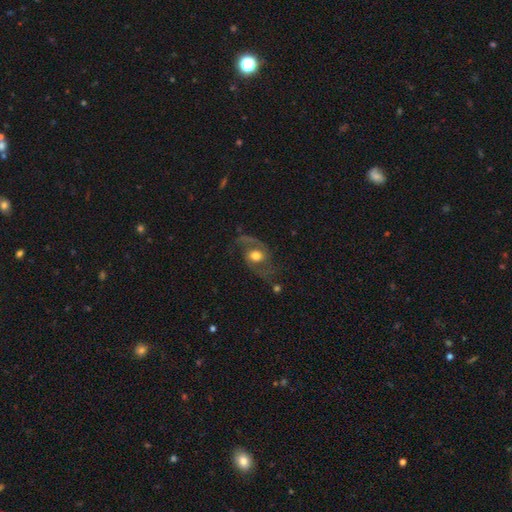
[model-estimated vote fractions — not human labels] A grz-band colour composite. It shows a featured or disk galaxy (80%) with no bar (60%), 2 (90%) loose (48%) spiral arms (93%) and a moderate central bulge (65%). Merging: none (61%).